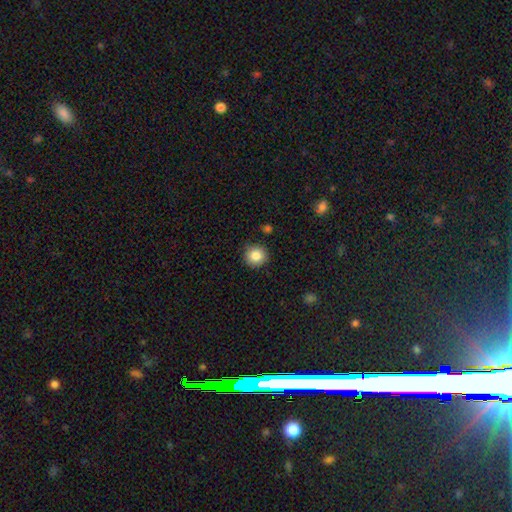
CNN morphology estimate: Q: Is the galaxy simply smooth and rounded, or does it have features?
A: smooth — 84%.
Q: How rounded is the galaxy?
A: round — 93%.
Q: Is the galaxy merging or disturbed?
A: none — 88%.